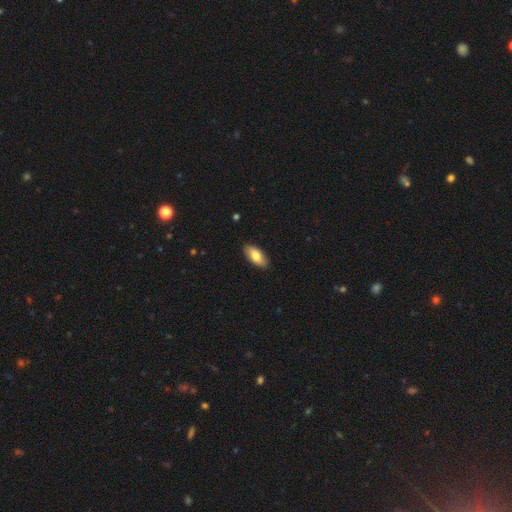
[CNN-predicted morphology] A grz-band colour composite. It shows a smooth galaxy with no disk features (79%) that is in between round and cigar-shaped (90%). Merging: none (89%).